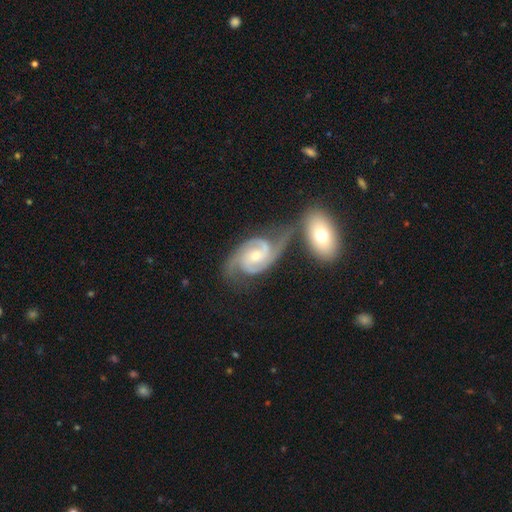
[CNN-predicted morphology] Smooth or featured?
  - featured or disk: 90% *
  - smooth: 5%
  - star or artifact: 5%
Edge-on disk?
  - no: 97% *
  - yes: 3%
Bar?
  - no: 55% *
  - weak: 35%
  - strong: 11%
Spiral arms?
  - yes: 98% *
  - no: 2%
Spiral winding?
  - medium: 53% *
  - tight: 34%
  - loose: 14%
Spiral arm count?
  - 2: 80% *
  - 3: 11%
  - can't tell: 4%
  - 4: 2%
  - 1: 2%
  - more than 4: 2%
Bulge size?
  - small: 54% *
  - moderate: 43%
  - large: 2%
  - none: 1%
  - dominant: 1%
Merging?
  - none: 42% *
  - merger: 31%
  - minor disturbance: 17%
  - major disturbance: 10%